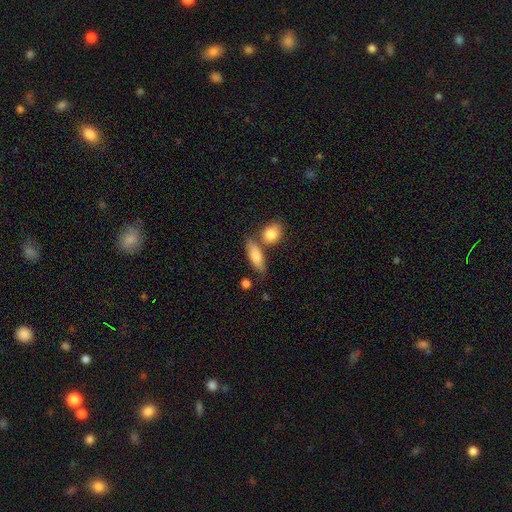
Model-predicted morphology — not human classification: A smooth galaxy with no disk features (79%) that is in between round and cigar-shaped (64%). Merging: none (62%).